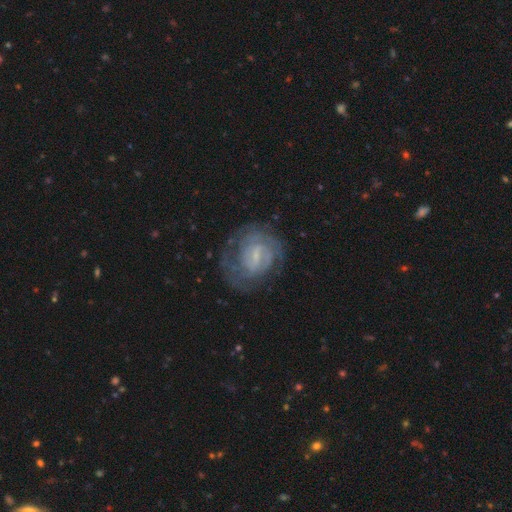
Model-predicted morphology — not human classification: Smooth or featured? featured or disk (78%)
Edge-on disk? no (97%)
Bar? weak (57%)
Spiral arms? yes (90%)
Spiral winding? tight (61%)
Spiral arm count? can't tell (39%)
Bulge size? small (61%)
Merging? none (69%)